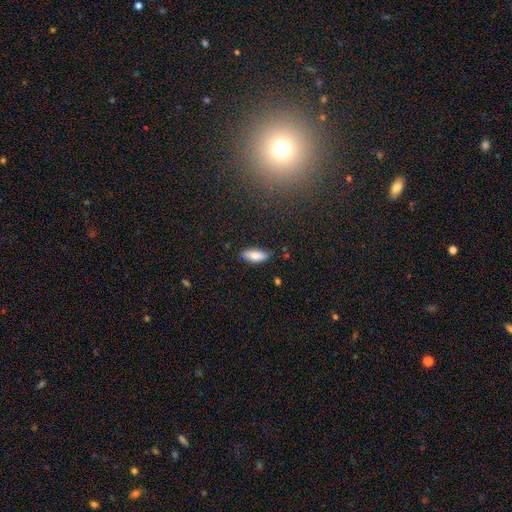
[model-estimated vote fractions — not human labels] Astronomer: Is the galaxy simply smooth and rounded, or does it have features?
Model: smooth — 83%.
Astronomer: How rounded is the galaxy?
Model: in between — 78%.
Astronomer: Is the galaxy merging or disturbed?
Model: none — 80%.